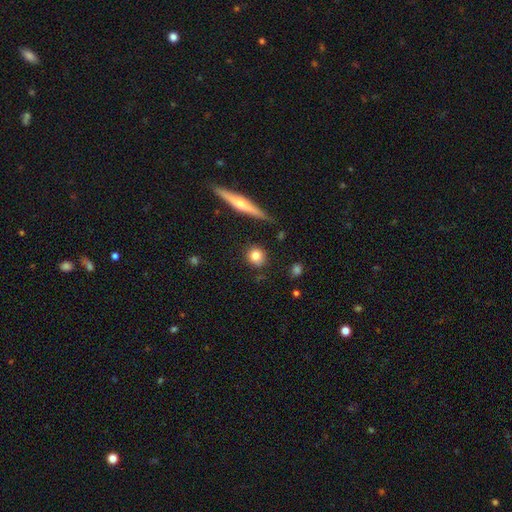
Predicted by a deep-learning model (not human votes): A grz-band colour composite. It shows a smooth galaxy with no disk features (79%) that is round (86%). Merging: none (85%).